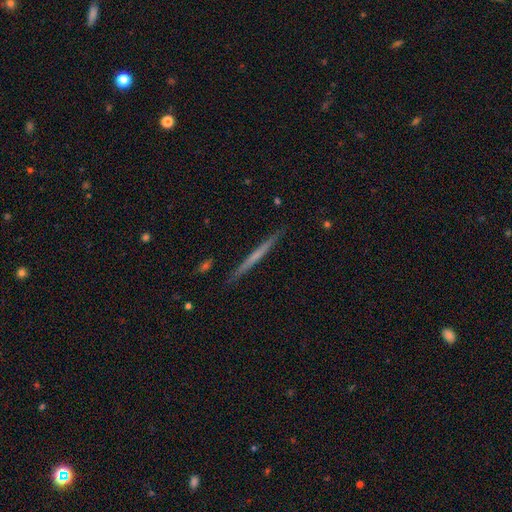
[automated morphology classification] smooth_or_featured: featured or disk (p=0.54) [alt: smooth p=0.41]
disk_edge_on: yes (p=0.97) [alt: no p=0.03]
edge_on_bulge: none (p=0.86) [alt: rounded p=0.10]
merging: none (p=0.91) [alt: minor disturbance p=0.07]